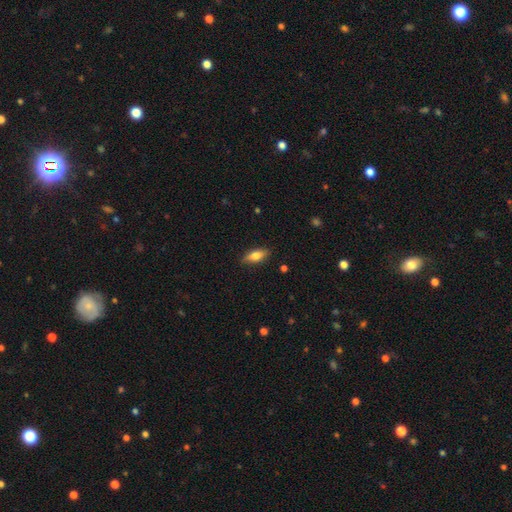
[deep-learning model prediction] The model was most divided on "smooth or featured": smooth: 73%, featured or disk: 20%, star or artifact: 7%. More confident: merging — none (86%); how rounded — in between (75%).